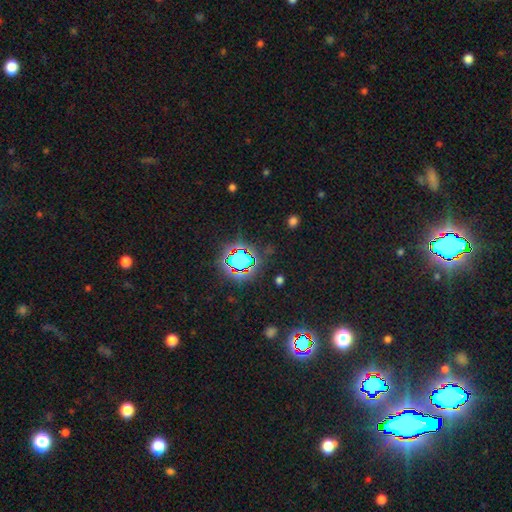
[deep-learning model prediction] A star or artifact, not a galaxy (82%).